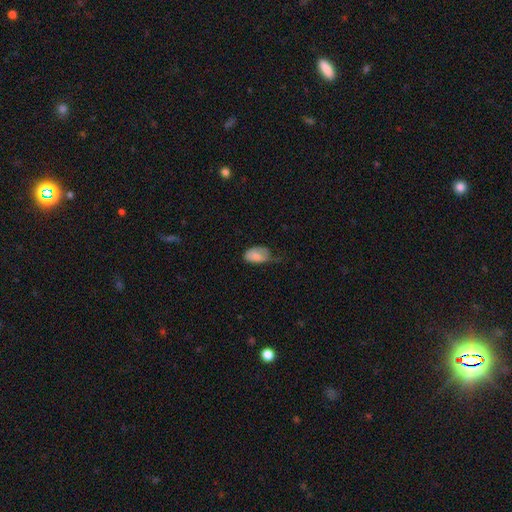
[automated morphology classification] A smooth galaxy with no disk features (79%) that is in between round and cigar-shaped (92%).

Vote fractions:
- Smooth or featured? smooth: 79% / featured or disk: 14% / star or artifact: 7%
- How rounded? in between: 92% / round: 7% / cigar-shaped: 2%
- Merging? minor disturbance: 43% / major disturbance: 30% / none: 25% / merger: 2%